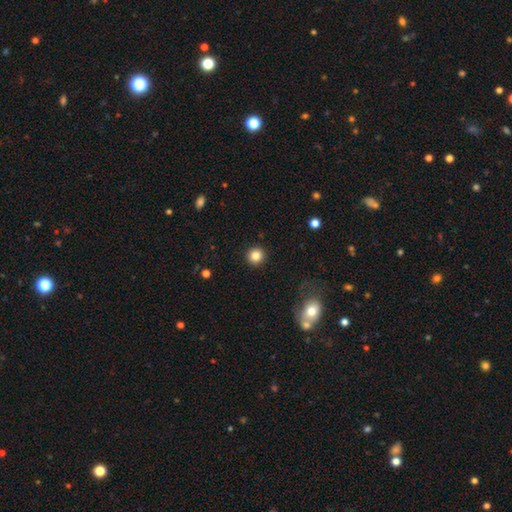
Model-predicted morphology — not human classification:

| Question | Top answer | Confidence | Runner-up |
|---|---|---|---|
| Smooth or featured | smooth | 84% | star or artifact (11%) |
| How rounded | round | 94% | in between (5%) |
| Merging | none | 93% | minor disturbance (5%) |